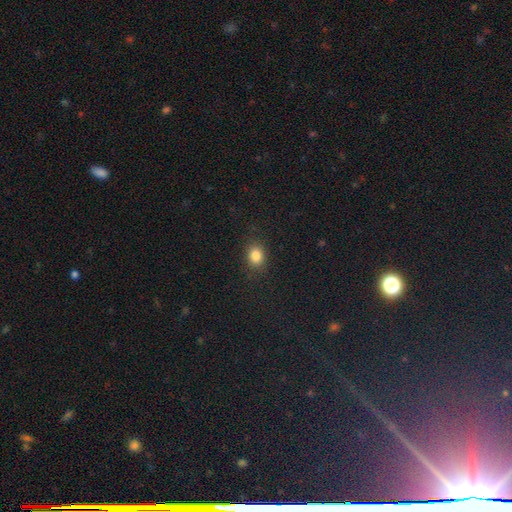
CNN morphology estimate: Smooth or featured?
  - smooth: 84% *
  - star or artifact: 11%
  - featured or disk: 5%
How rounded?
  - round: 52% *
  - in between: 47%
  - cigar-shaped: 1%
Merging?
  - none: 87% *
  - minor disturbance: 9%
  - major disturbance: 3%
  - merger: 1%